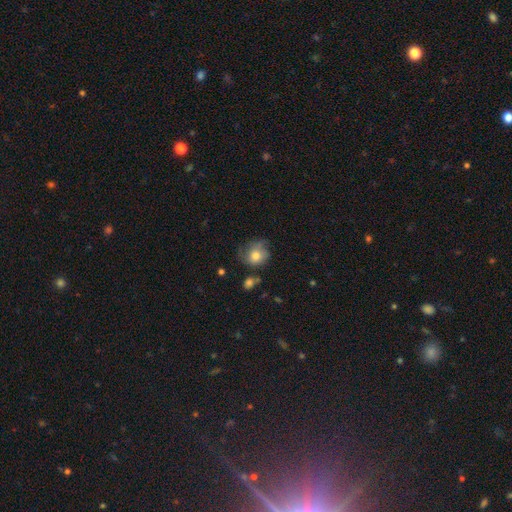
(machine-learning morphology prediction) A smooth galaxy with no disk features (67%) that is round (76%). Merging: none (52%).